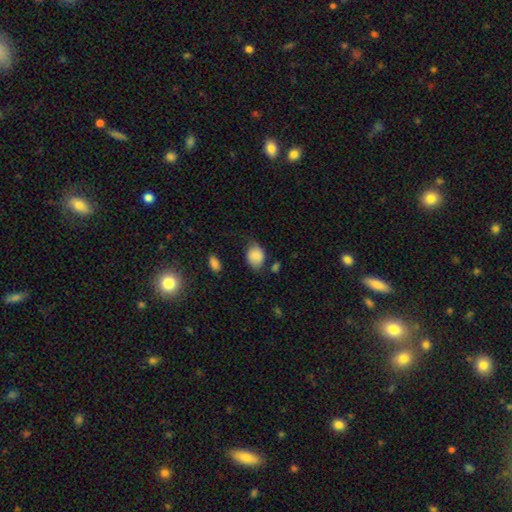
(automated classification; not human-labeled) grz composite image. It shows a smooth galaxy with no disk features (83%) that is in between round and cigar-shaped (64%). Merging: none (51%).